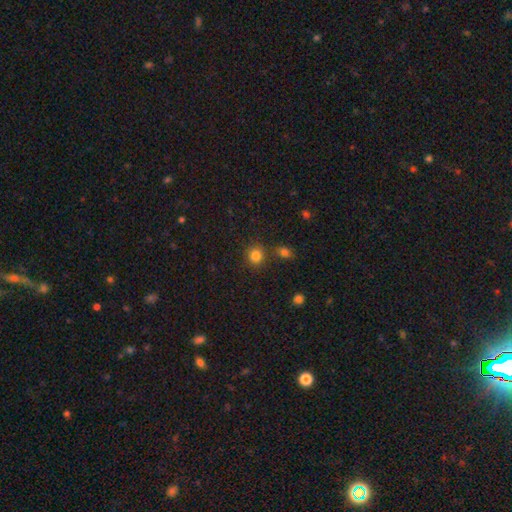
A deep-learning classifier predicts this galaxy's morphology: Overall: smooth (82%). How rounded: round (87%). Merging: none (80%).